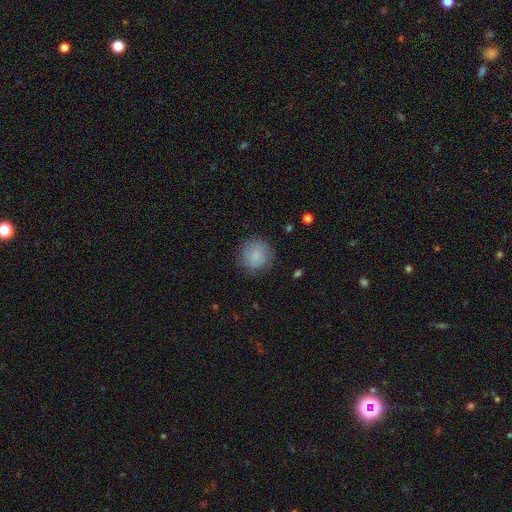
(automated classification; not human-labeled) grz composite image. It shows a smooth galaxy with no disk features (83%) that is round (93%). Merging: none (84%).